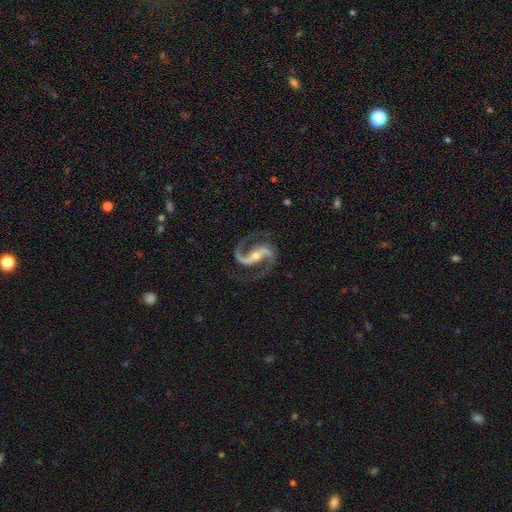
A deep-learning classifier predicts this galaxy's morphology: Smooth or featured: featured or disk — 95% (star or artifact — 4%)
Edge-on disk: no — 98% (yes — 2%)
Bar: strong — 58% (weak — 26%)
Spiral arms: yes — 99% (no — 1%)
Spiral winding: medium — 64% (loose — 22%)
Spiral arm count: 2 — 95% (1 — 1%)
Bulge size: small — 51% (moderate — 44%)
Merging: none — 83% (minor disturbance — 11%)